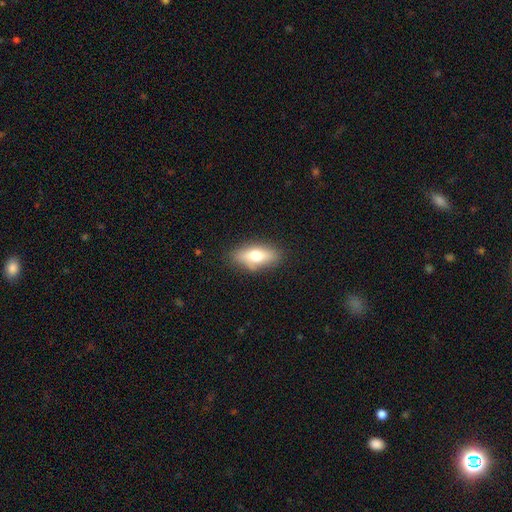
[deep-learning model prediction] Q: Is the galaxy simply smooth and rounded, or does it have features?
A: smooth — 65%.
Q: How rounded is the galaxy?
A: in between — 78%.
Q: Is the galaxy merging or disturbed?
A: none — 79%.